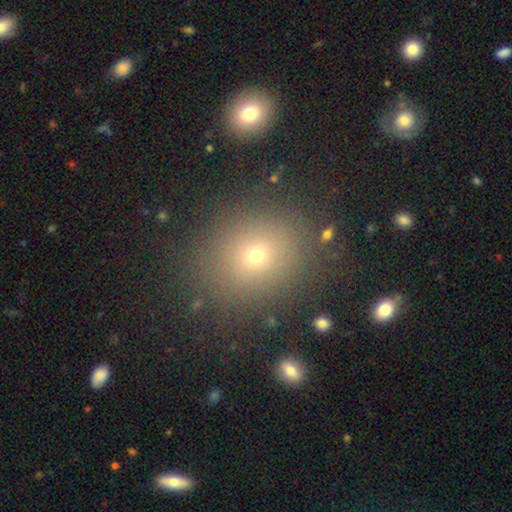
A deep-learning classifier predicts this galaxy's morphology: type=smooth (68%); roundness=round (73%); merging=none (84%).